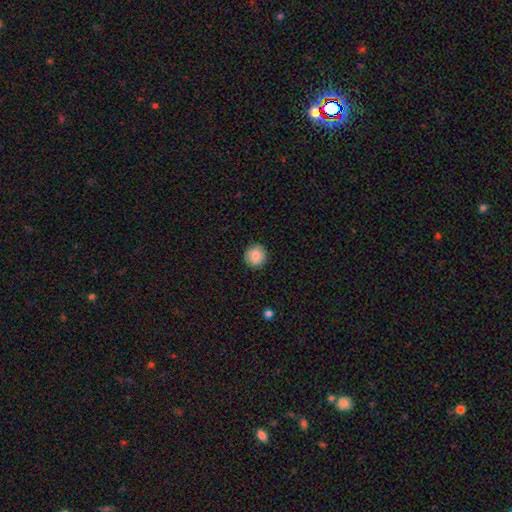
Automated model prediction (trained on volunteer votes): Smooth or featured? smooth (87%)
How rounded? round (92%)
Merging? none (91%)